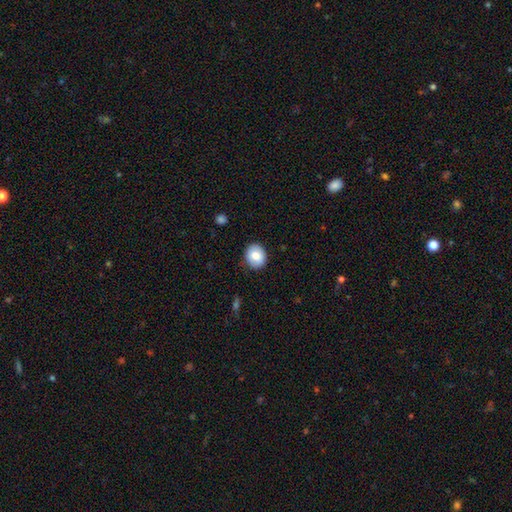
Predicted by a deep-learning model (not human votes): Smooth or featured?
  - smooth: 81% *
  - featured or disk: 12%
  - star or artifact: 8%
How rounded?
  - round: 70% *
  - in between: 29%
  - cigar-shaped: 1%
Merging?
  - none: 87% *
  - minor disturbance: 10%
  - major disturbance: 2%
  - merger: 1%